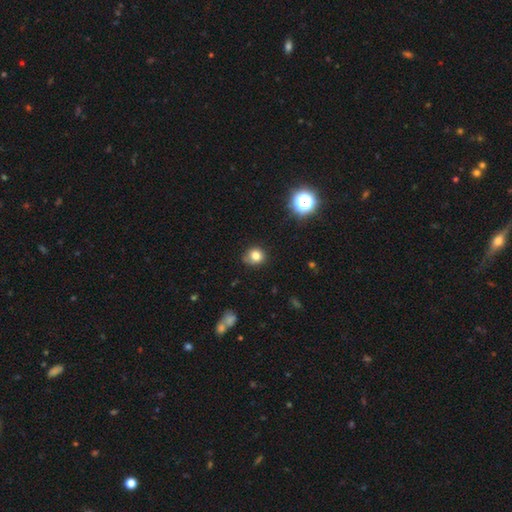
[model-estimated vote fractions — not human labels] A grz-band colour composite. It shows a smooth galaxy with no disk features (79%) that is round (80%). Merging: none (71%).